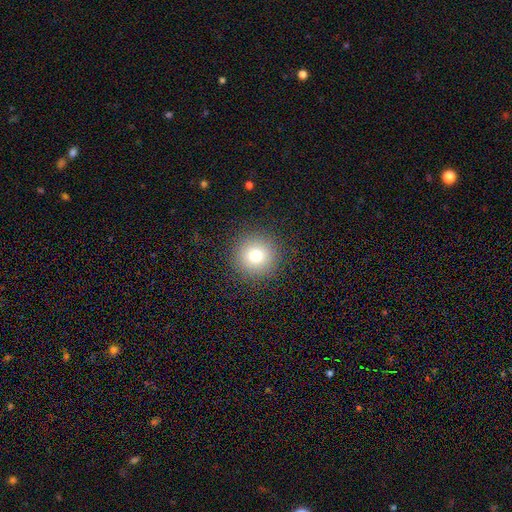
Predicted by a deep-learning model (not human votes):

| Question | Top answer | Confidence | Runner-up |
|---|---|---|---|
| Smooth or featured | smooth | 75% | star or artifact (15%) |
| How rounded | round | 95% | in between (4%) |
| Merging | none | 90% | minor disturbance (6%) |